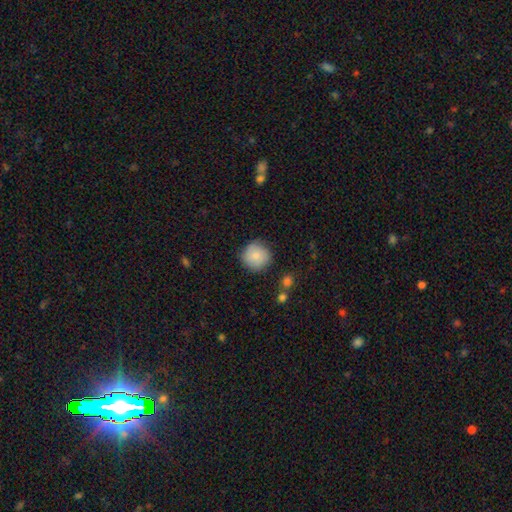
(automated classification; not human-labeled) smooth-or-featured: smooth: 83% | featured or disk: 10% | star or artifact: 7%
  how-rounded: round: 93% | in between: 6% | cigar-shaped: 1%
  merging: none: 82% | minor disturbance: 13% | major disturbance: 3% | merger: 2%